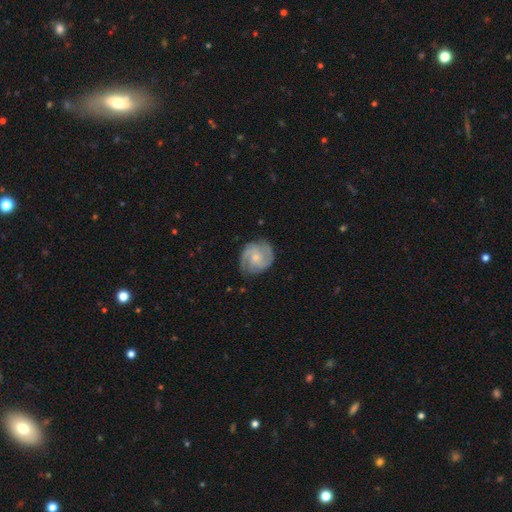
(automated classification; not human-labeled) Smooth or featured: featured or disk — 85% (smooth — 10%)
Edge-on disk: no — 98% (yes — 2%)
Bar: no — 66% (weak — 29%)
Spiral arms: yes — 97% (no — 3%)
Spiral winding: tight — 48% (medium — 44%)
Spiral arm count: 3 — 39% (2 — 37%)
Bulge size: small — 70% (moderate — 23%)
Merging: none — 78% (minor disturbance — 16%)